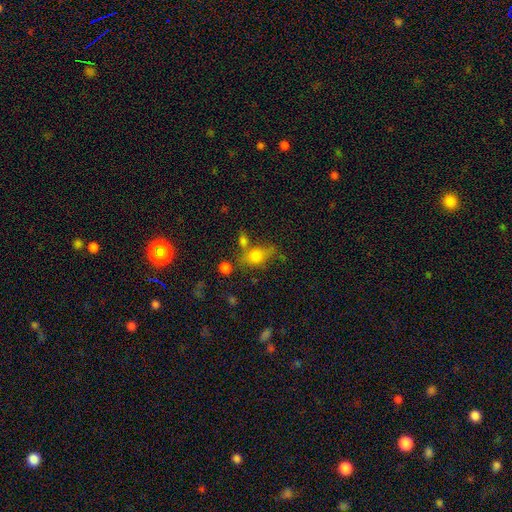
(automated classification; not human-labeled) A smooth galaxy with no disk features (71%) that is in between round and cigar-shaped (64%).

Vote fractions:
- Smooth or featured? smooth: 71% / featured or disk: 16% / star or artifact: 13%
- How rounded? in between: 64% / round: 32% / cigar-shaped: 4%
- Merging? none: 49% / minor disturbance: 20% / merger: 19% / major disturbance: 11%